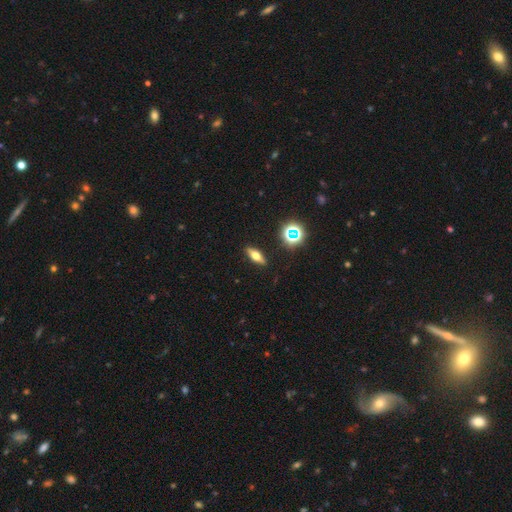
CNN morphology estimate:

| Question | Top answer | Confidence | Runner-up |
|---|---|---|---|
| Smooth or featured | smooth | 45% | featured or disk (42%) |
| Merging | none | 89% | minor disturbance (7%) |